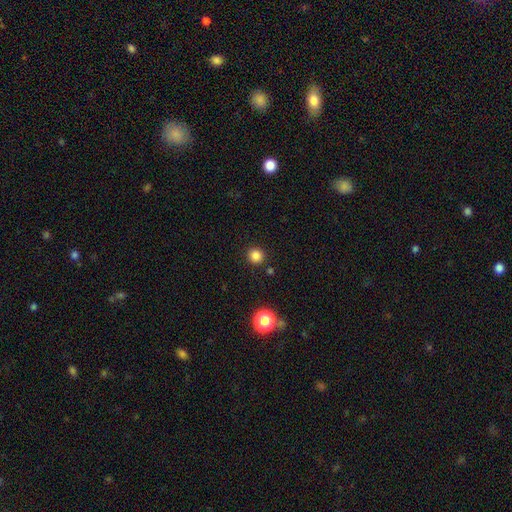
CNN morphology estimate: Overall: smooth (84%). How rounded: round (92%). Merging: none (89%).